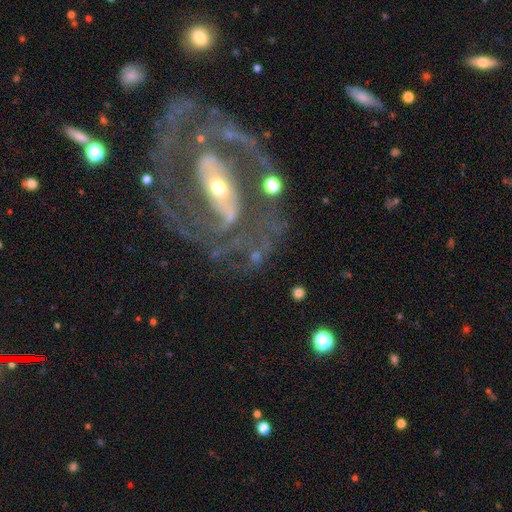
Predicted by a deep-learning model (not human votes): This appears to be a featured or disk galaxy (82%) with a strong bar (43%), 2 (63%) medium (45%) spiral arms (86%) and a moderate central bulge (50%). Merging: none (56%).